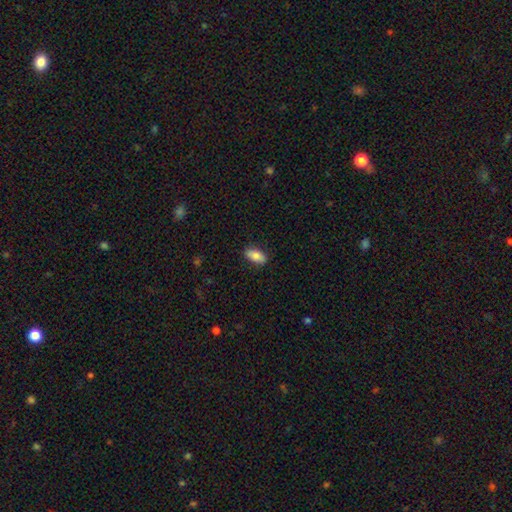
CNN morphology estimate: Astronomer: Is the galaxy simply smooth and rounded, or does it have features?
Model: smooth — 83%.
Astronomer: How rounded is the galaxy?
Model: in between — 89%.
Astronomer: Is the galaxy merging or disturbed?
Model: none — 87%.